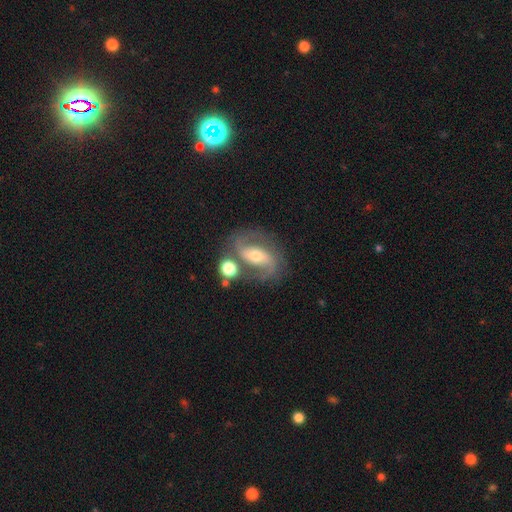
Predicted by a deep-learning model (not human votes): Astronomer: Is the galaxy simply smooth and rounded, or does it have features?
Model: featured or disk — 84%.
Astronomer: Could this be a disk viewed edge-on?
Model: no — 97%.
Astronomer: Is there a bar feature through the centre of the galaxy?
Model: weak — 37%, tied with strong at 37%.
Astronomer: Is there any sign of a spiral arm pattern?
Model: yes — 95%.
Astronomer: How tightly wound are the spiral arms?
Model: medium — 54%.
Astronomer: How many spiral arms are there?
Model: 2 — 91%.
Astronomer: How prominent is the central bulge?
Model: moderate — 56% (runner-up: small, 36%).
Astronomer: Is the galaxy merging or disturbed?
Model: none — 67%.